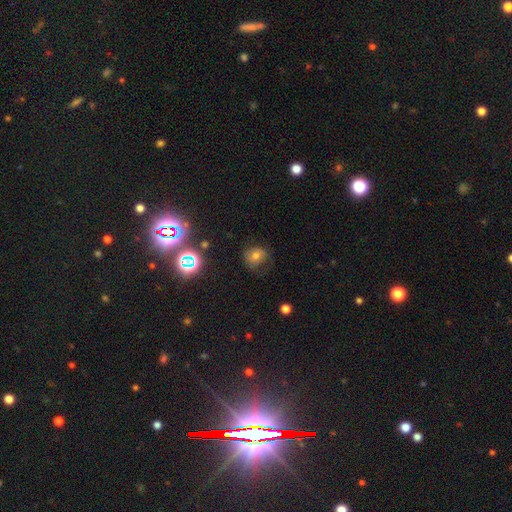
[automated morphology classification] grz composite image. It shows a smooth galaxy with no disk features (62%) that is round (74%). Merging: none (65%).